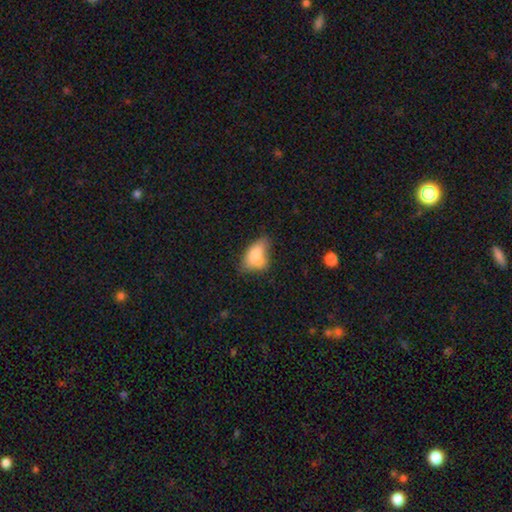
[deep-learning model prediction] smooth_or_featured: smooth (p=0.73) [alt: featured or disk p=0.18]
how_rounded: in between (p=0.86) [alt: round p=0.09]
merging: merger (p=0.40) [alt: none p=0.30]